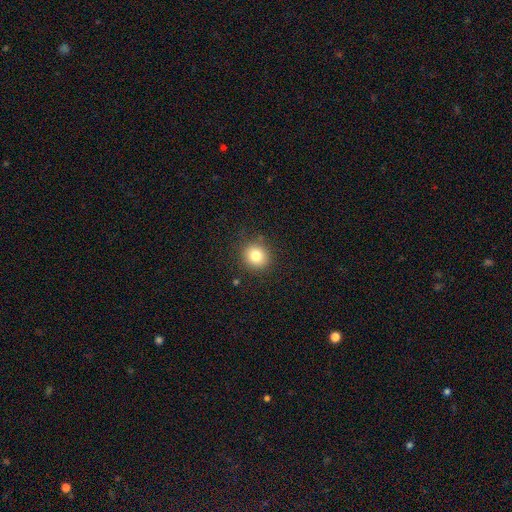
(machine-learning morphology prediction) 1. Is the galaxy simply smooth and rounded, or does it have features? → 81% smooth, 12% star or artifact, 8% featured or disk.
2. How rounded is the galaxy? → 88% round, 11% in between, 1% cigar-shaped.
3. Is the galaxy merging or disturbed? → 87% none, 9% minor disturbance, 3% major disturbance, 1% merger.